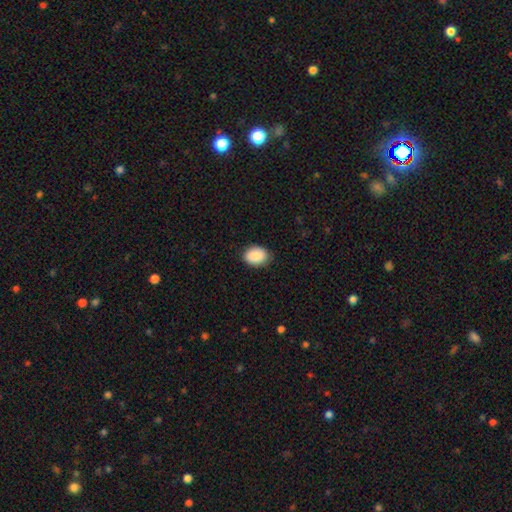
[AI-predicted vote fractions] Morphology: type=smooth (90%); roundness=in between (70%); merging=none (84%).